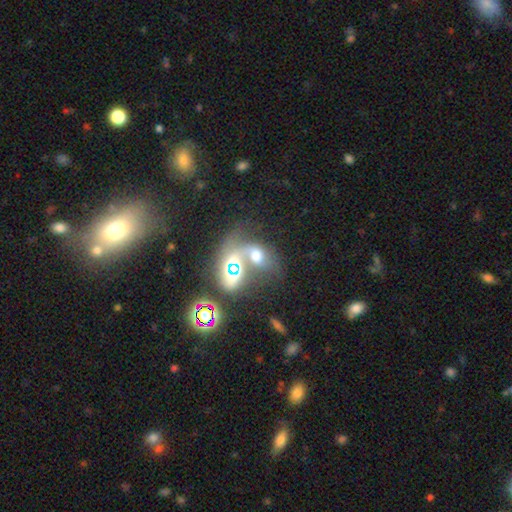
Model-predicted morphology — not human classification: The model was most divided on "smooth or featured": smooth: 43%, star or artifact: 31%, featured or disk: 26%. More confident: merging — merger (51%).